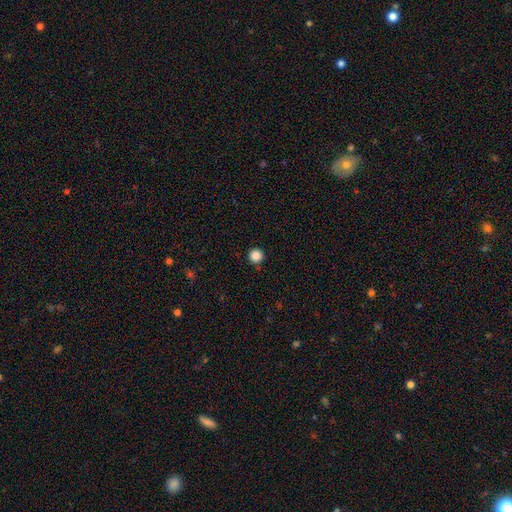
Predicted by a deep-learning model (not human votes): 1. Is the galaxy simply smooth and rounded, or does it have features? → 86% smooth, 11% star or artifact, 3% featured or disk.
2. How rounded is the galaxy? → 97% round, 2% in between, 1% cigar-shaped.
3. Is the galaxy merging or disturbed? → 92% none, 5% minor disturbance, 2% major disturbance, 1% merger.